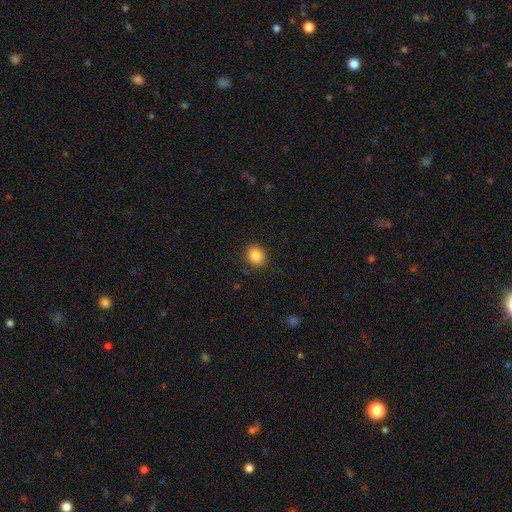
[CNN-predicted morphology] smooth-or-featured: smooth: 86% | star or artifact: 10% | featured or disk: 5%
  how-rounded: round: 70% | in between: 30% | cigar-shaped: 1%
  merging: none: 89% | minor disturbance: 8% | major disturbance: 2% | merger: 1%